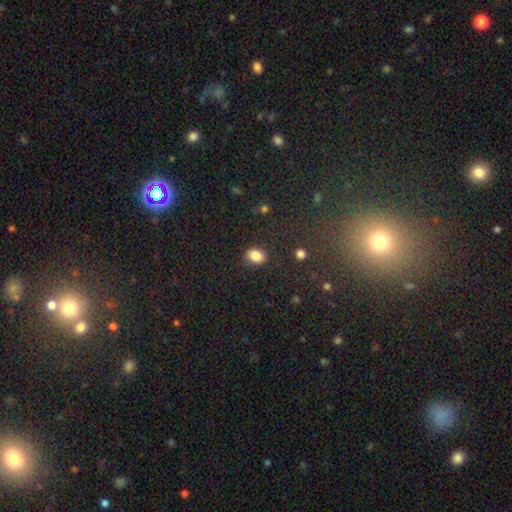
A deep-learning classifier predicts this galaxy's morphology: Smooth or featured? Predicted: smooth (p=0.86). How rounded? Predicted: in between (p=0.65). Merging? Predicted: none (p=0.84).